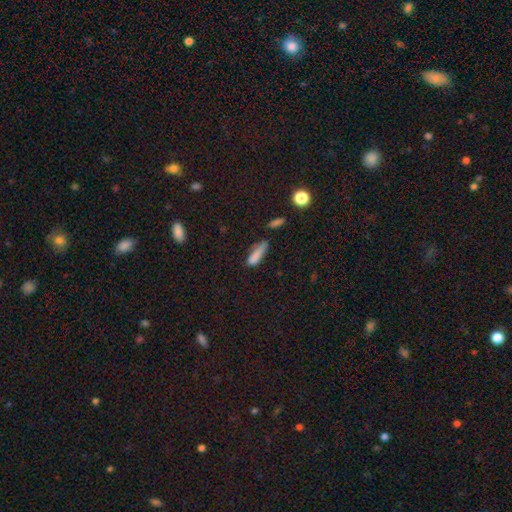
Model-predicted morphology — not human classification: smooth 80%, star or artifact 11%, featured or disk 9%. Down the decision tree: how rounded — cigar-shaped (59%); merging — none (50%).